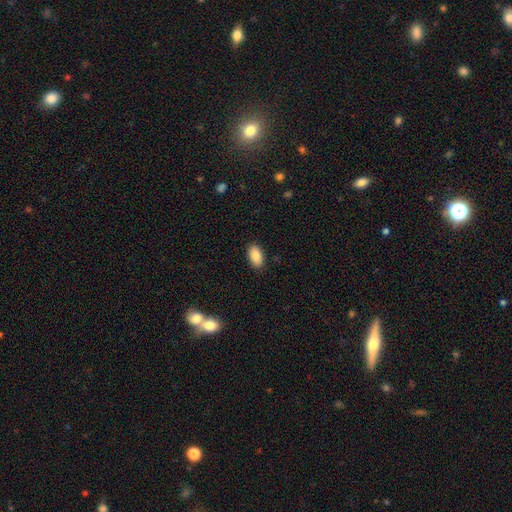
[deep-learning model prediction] Smooth or featured? Predicted: smooth (p=0.87). How rounded? Predicted: in between (p=0.94). Merging? Predicted: none (p=0.89).